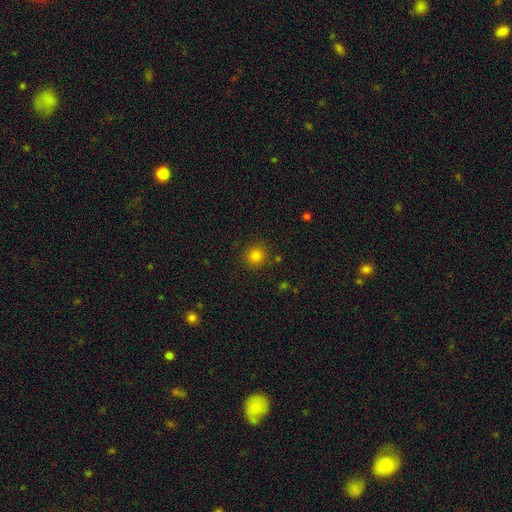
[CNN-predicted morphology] The model was most divided on "smooth or featured": smooth: 82%, star or artifact: 13%, featured or disk: 5%. More confident: how rounded — round (89%); merging — none (87%).